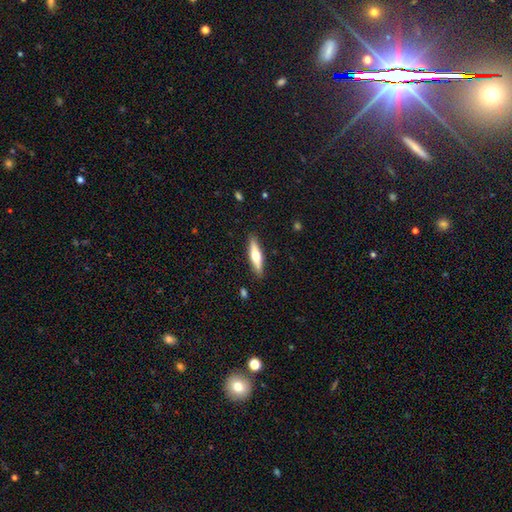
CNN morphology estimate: A smooth galaxy with no disk features (48%). Merging: none (89%).